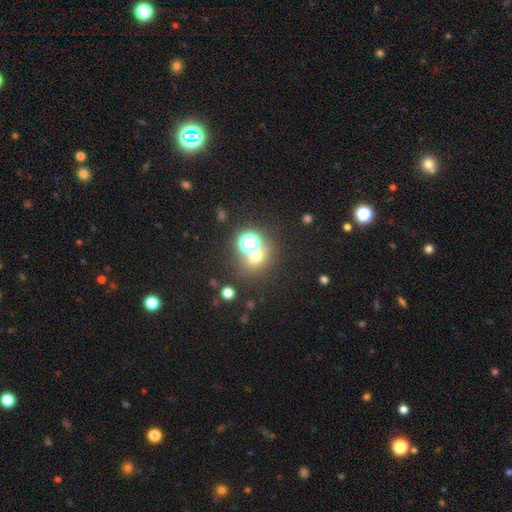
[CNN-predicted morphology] smooth-or-featured: smooth: 56% | star or artifact: 34% | featured or disk: 10%
  how-rounded: round: 76% | in between: 23% | cigar-shaped: 1%
  merging: none: 65% | merger: 21% | minor disturbance: 9% | major disturbance: 5%